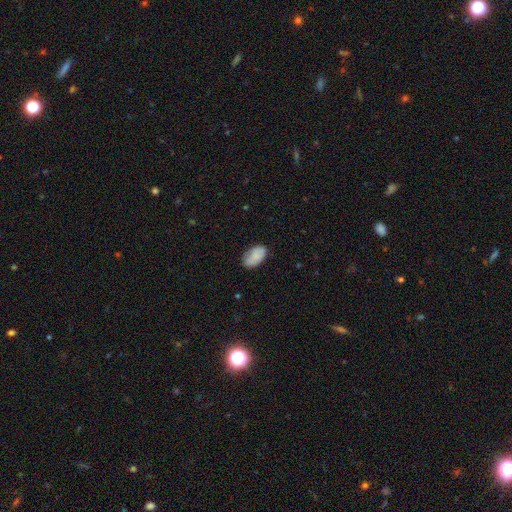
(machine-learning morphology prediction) type=smooth (83%); roundness=in between (93%); merging=none (75%).